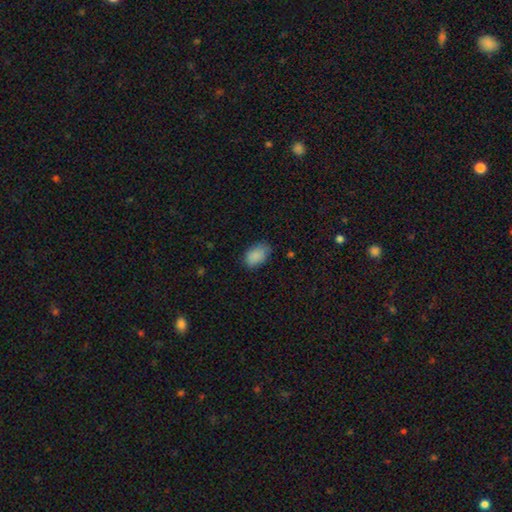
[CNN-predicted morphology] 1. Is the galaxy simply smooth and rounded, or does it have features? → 87% smooth, 8% star or artifact, 5% featured or disk.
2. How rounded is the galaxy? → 87% in between, 12% round, 1% cigar-shaped.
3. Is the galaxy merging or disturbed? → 73% none, 21% minor disturbance, 4% major disturbance, 1% merger.